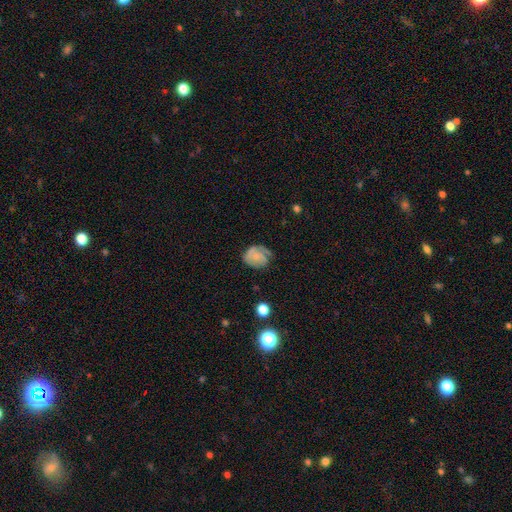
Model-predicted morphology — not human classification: This appears to be a smooth galaxy with no disk features (48%). Merging: none (52%).